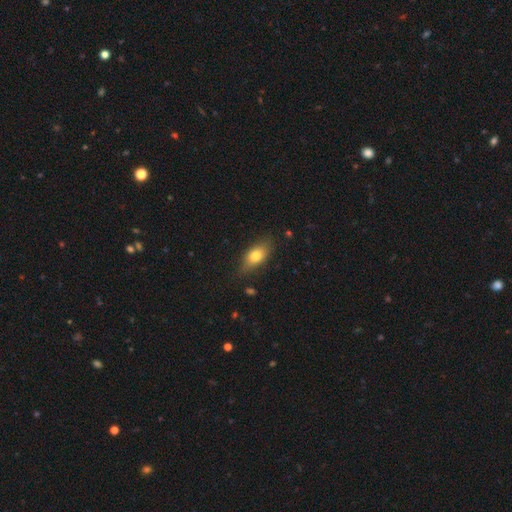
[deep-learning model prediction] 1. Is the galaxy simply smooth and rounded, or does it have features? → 75% smooth, 18% featured or disk, 8% star or artifact.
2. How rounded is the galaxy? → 81% in between, 10% cigar-shaped, 9% round.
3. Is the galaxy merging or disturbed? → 76% none, 18% minor disturbance, 4% major disturbance, 2% merger.